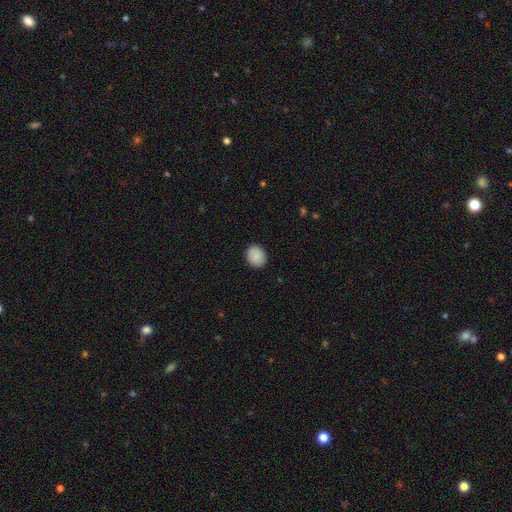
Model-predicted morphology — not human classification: type=smooth (89%); roundness=round (57%); merging=none (90%).